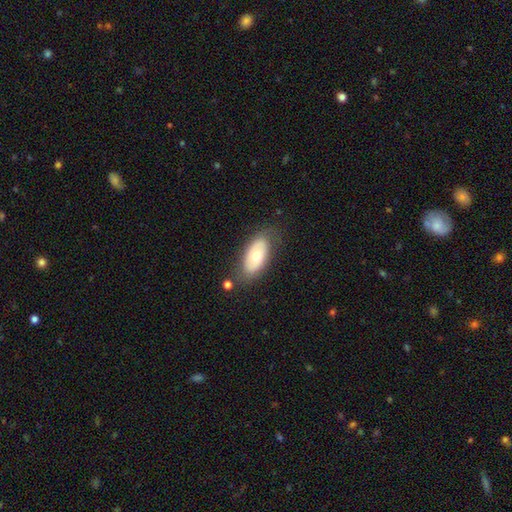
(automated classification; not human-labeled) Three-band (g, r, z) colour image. It shows a smooth galaxy with no disk features (57%) that is in between round and cigar-shaped (92%). Merging: none (76%).